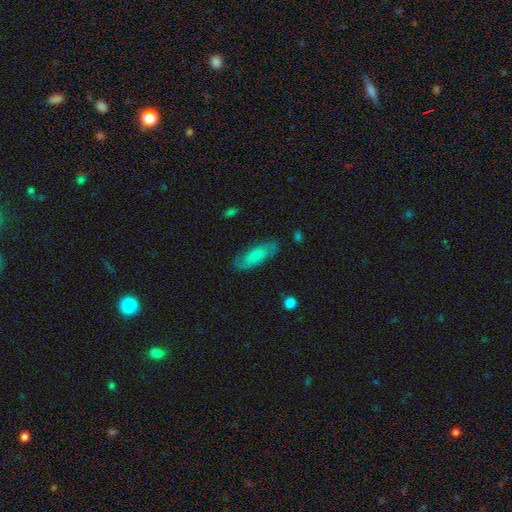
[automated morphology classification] type=smooth (58%); roundness=in between (68%); merging=none (78%).